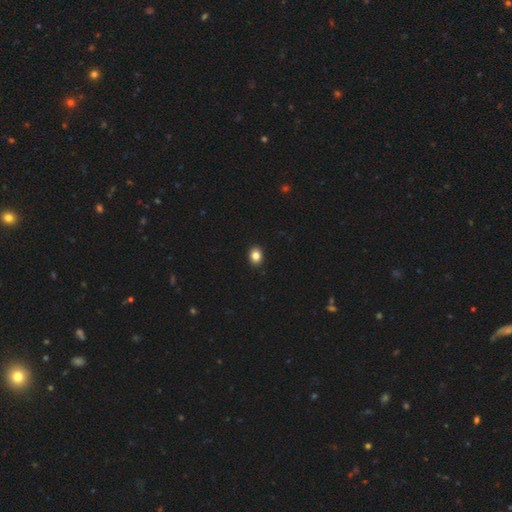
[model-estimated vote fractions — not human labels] smooth 85%, star or artifact 10%, featured or disk 5%. Down the decision tree: how rounded — round (51%); merging — none (92%).